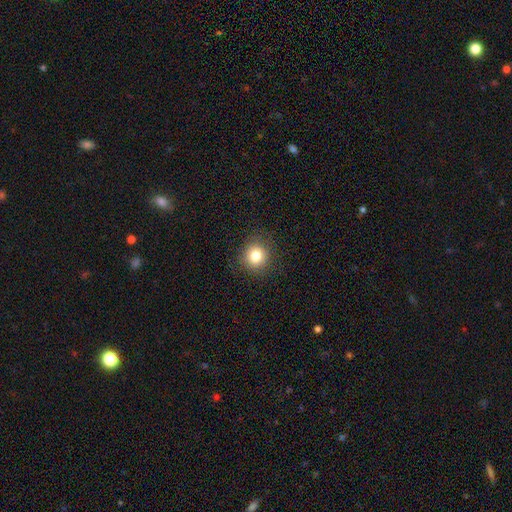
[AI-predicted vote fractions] smooth 82%, star or artifact 12%, featured or disk 7%. Down the decision tree: how rounded — round (90%); merging — none (89%).